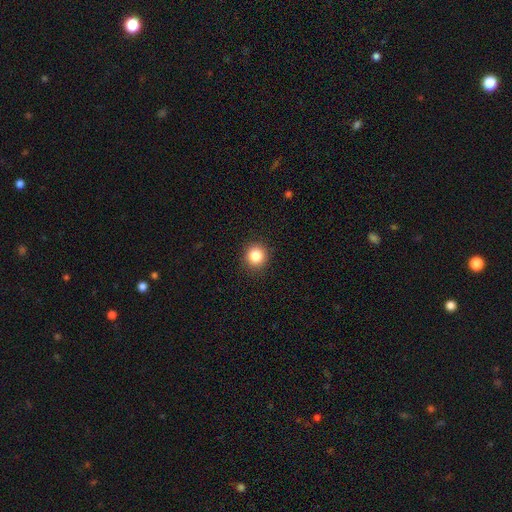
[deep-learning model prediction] Morphology: type=smooth (85%); roundness=round (93%); merging=none (92%).